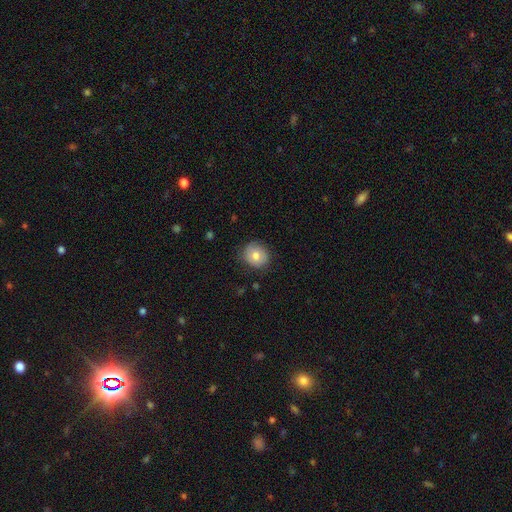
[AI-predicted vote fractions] A smooth galaxy with no disk features (77%) that is round (83%). Merging: none (81%).